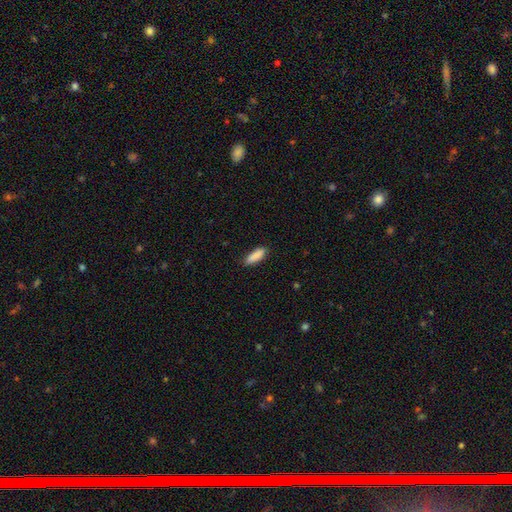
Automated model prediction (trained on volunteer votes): This appears to be a smooth galaxy with no disk features (89%) that is in between round and cigar-shaped (52%). Merging: none (85%).